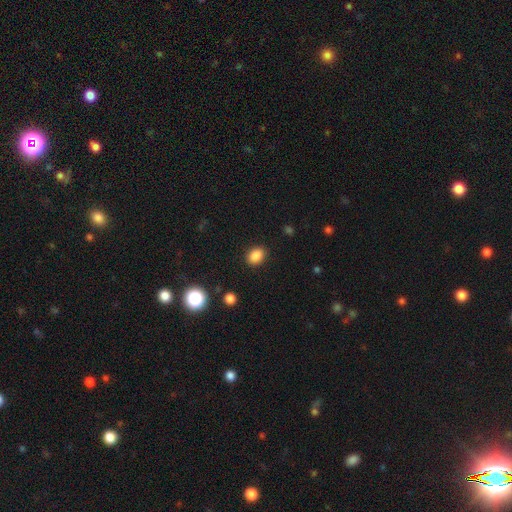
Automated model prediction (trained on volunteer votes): Smooth or featured? Predicted: smooth (p=0.86). How rounded? Predicted: in between (p=0.65). Merging? Predicted: none (p=0.89).